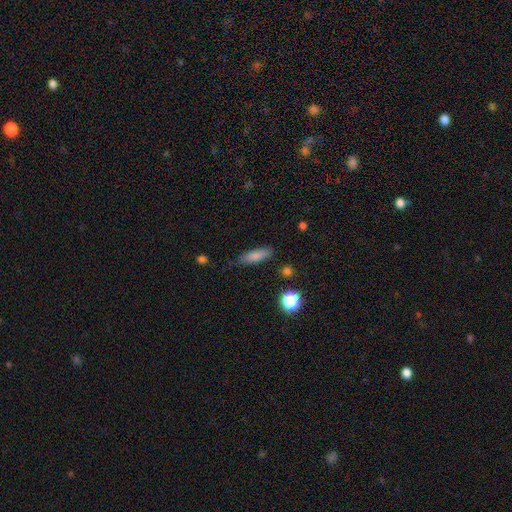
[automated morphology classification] This is clearly a smooth galaxy (81%). How rounded: possibly in between (49%). Merging: likely none (78%).